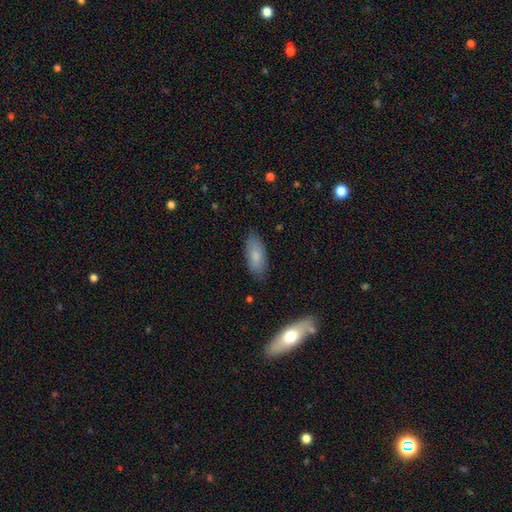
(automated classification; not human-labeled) This appears to be a smooth galaxy with no disk features (80%) that is in between round and cigar-shaped (84%). Merging: none (84%).